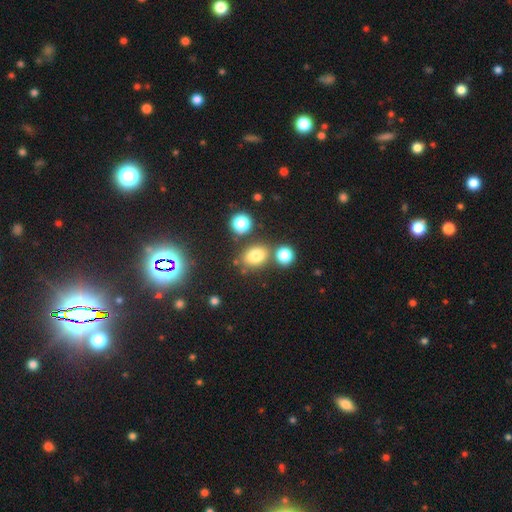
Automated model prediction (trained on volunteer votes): Smooth or featured? smooth (77%)
How rounded? in between (64%)
Merging? none (70%)